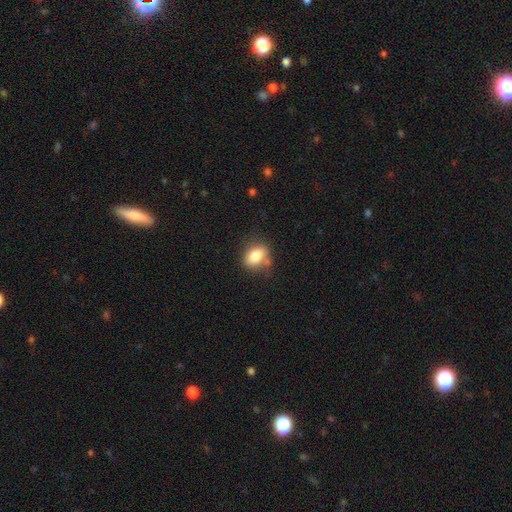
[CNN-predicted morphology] Smooth or featured: smooth — 81% (featured or disk — 11%)
How rounded: in between — 70% (round — 28%)
Merging: none — 64% (minor disturbance — 22%)